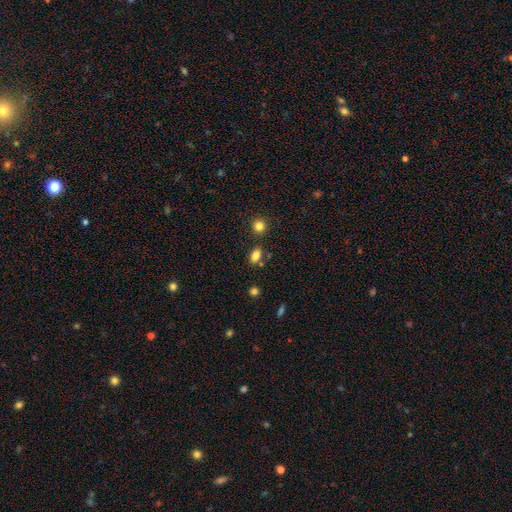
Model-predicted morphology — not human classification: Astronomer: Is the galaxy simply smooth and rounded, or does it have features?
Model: smooth — 84%.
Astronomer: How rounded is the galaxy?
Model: in between — 83%.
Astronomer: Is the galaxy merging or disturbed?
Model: none — 75%.